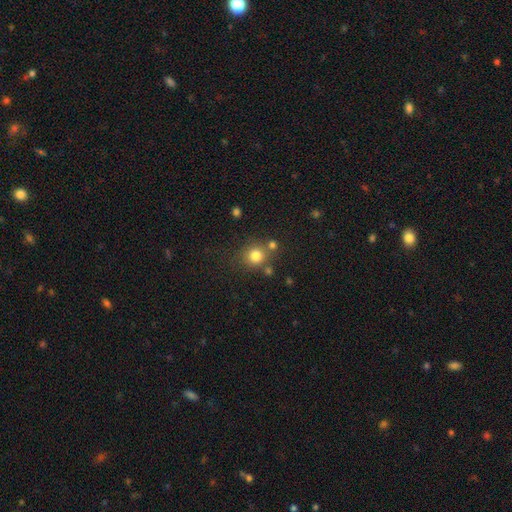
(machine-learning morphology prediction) smooth_or_featured: smooth (p=0.80) [alt: star or artifact p=0.13]
how_rounded: round (p=0.88) [alt: in between p=0.11]
merging: none (p=0.70) [alt: merger p=0.16]